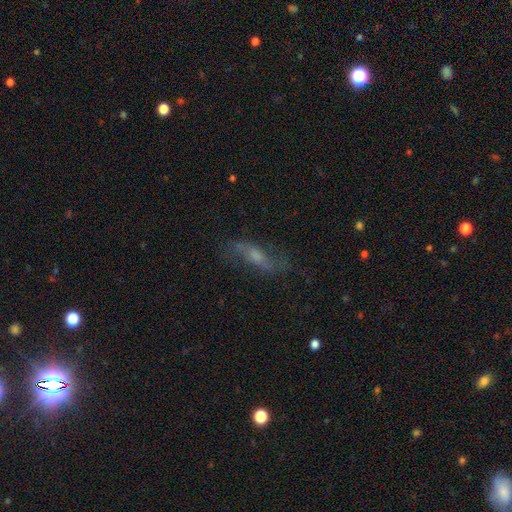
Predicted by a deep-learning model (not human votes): Q: Smooth or featured?
A: featured or disk (59%); runner-up: smooth (25%)
Q: Edge-on disk?
A: no (73%); runner-up: yes (27%)
Q: Merging?
A: none (74%); runner-up: minor disturbance (16%)